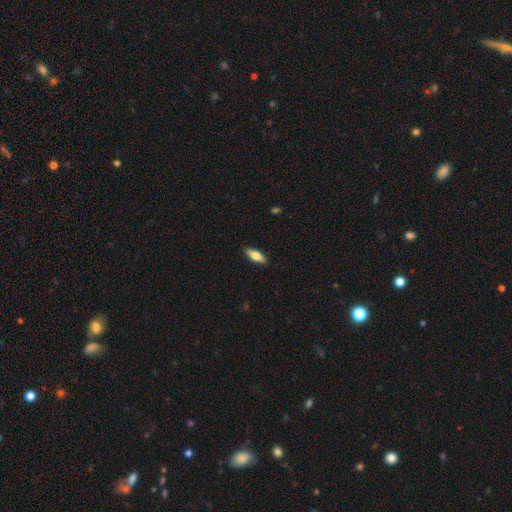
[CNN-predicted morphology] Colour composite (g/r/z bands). It shows a smooth galaxy with no disk features (70%) that is in between round and cigar-shaped (61%). Merging: none (89%).